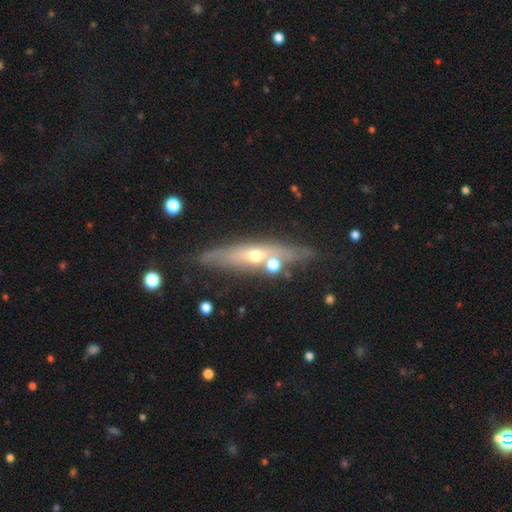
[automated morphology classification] Smooth or featured?
  - featured or disk: 61% *
  - smooth: 31%
  - star or artifact: 9%
Edge-on disk?
  - yes: 77% *
  - no: 23%
Merging?
  - none: 74% *
  - minor disturbance: 12%
  - merger: 10%
  - major disturbance: 4%